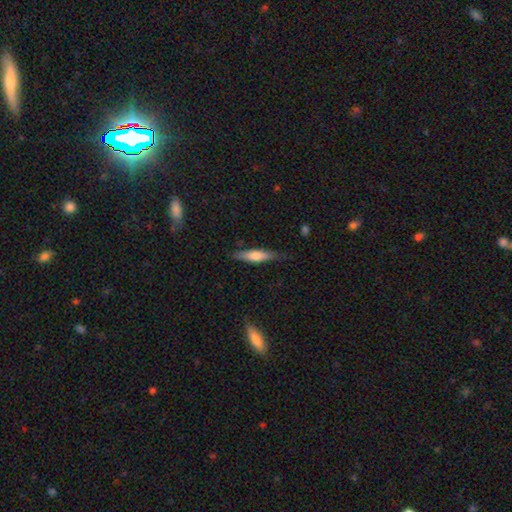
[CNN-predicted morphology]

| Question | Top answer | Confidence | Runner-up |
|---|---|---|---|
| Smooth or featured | smooth | 61% | featured or disk (33%) |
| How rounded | cigar-shaped | 74% | in between (24%) |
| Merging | none | 78% | minor disturbance (17%) |